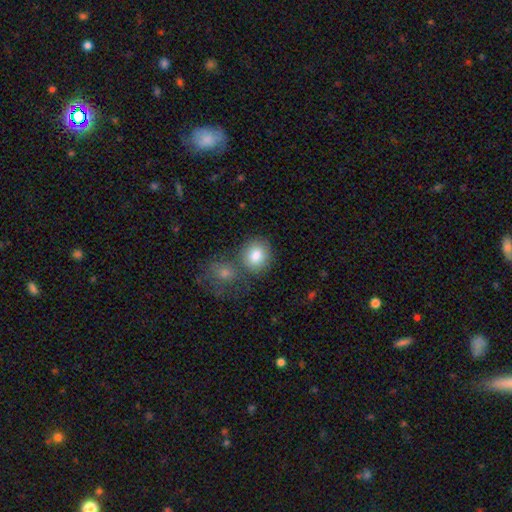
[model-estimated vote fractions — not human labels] Smooth or featured: smooth — 84% (star or artifact — 8%)
How rounded: round — 79% (in between — 20%)
Merging: none — 63% (merger — 22%)